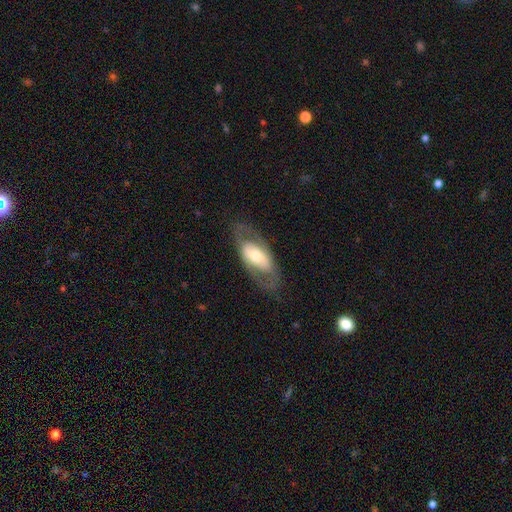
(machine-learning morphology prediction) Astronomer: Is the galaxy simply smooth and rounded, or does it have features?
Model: featured or disk — 59% (runner-up: smooth, 35%).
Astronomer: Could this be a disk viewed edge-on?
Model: no — 86%.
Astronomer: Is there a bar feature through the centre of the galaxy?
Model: no — 52%.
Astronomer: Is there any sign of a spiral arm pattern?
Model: no — 64%.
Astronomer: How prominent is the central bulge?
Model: moderate — 57%.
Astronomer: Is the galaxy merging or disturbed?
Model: none — 73%.